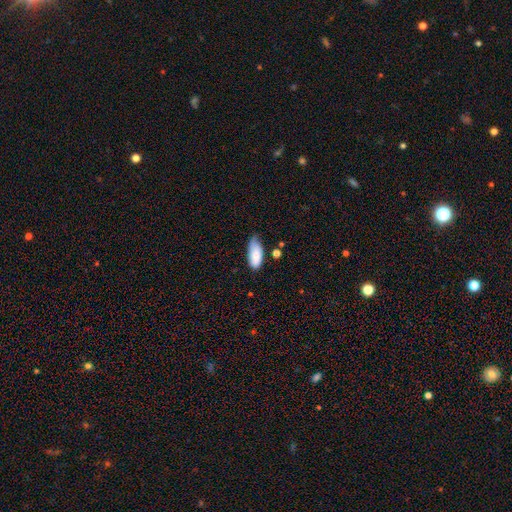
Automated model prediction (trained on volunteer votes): Smooth or featured?
  - smooth: 81% *
  - featured or disk: 12%
  - star or artifact: 7%
How rounded?
  - in between: 89% *
  - cigar-shaped: 9%
  - round: 2%
Merging?
  - none: 46% *
  - minor disturbance: 42%
  - major disturbance: 8%
  - merger: 4%